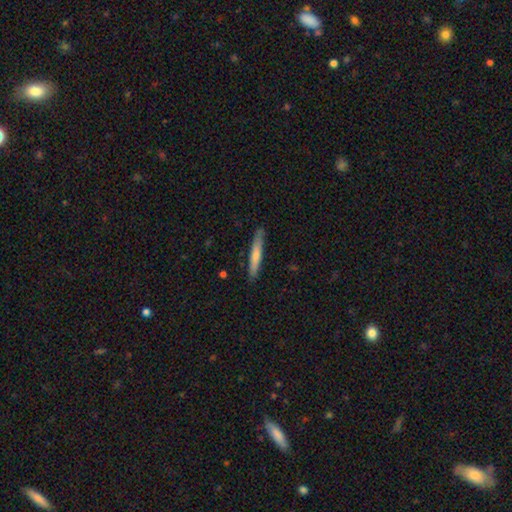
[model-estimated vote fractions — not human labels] Overall: smooth (66%; featured or disk 29%). How rounded: cigar-shaped (93%). Merging: none (85%).